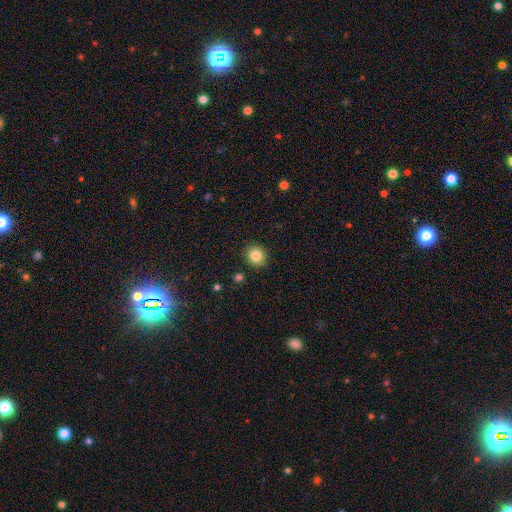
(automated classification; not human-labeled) Smooth or featured? Predicted: smooth (p=0.84). How rounded? Predicted: round (p=0.85). Merging? Predicted: none (p=0.90).